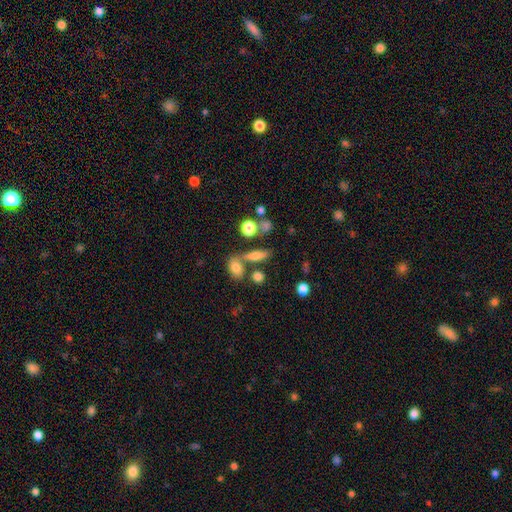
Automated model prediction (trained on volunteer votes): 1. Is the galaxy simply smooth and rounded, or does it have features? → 70% smooth, 18% featured or disk, 12% star or artifact.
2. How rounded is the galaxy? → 47% in between, 41% cigar-shaped, 12% round.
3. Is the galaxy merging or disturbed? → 60% none, 22% merger, 13% minor disturbance, 6% major disturbance.